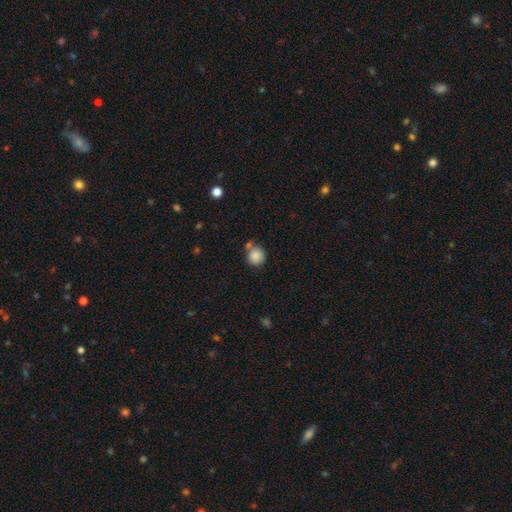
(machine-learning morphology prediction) This is clearly a smooth galaxy (86%). How rounded: clearly round (89%). Merging: likely none (65%).